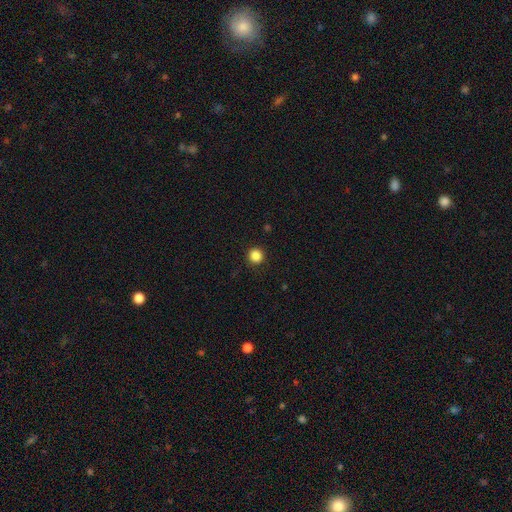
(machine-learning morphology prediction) Smooth or featured: smooth — 86% (star or artifact — 11%)
How rounded: round — 95% (in between — 4%)
Merging: none — 92% (minor disturbance — 5%)